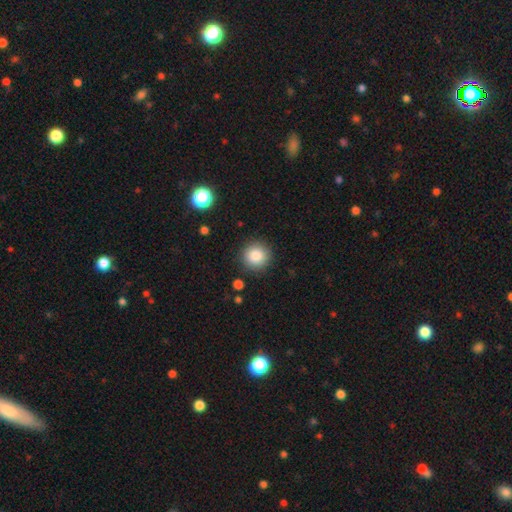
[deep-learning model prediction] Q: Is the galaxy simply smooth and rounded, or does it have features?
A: smooth — 86%.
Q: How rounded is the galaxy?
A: round — 94%.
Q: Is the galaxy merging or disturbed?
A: none — 89%.